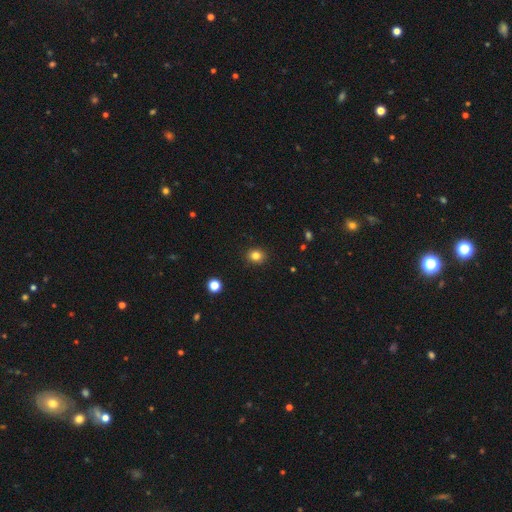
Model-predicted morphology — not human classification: Smooth or featured? Predicted: smooth (p=0.82). How rounded? Predicted: round (p=0.71). Merging? Predicted: none (p=0.90).